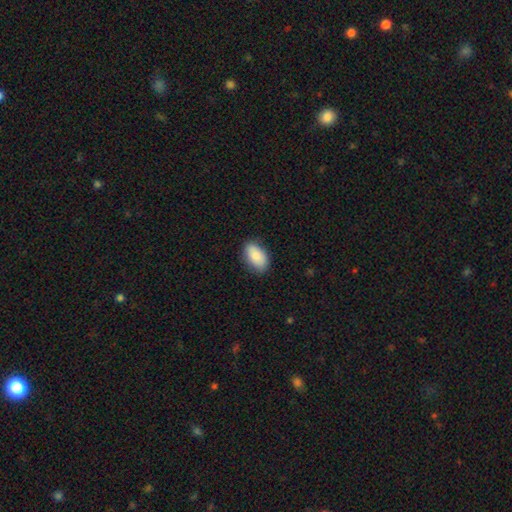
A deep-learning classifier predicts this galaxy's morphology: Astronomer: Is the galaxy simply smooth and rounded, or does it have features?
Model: smooth — 86%.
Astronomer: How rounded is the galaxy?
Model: in between — 93%.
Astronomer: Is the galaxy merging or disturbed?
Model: none — 83%.